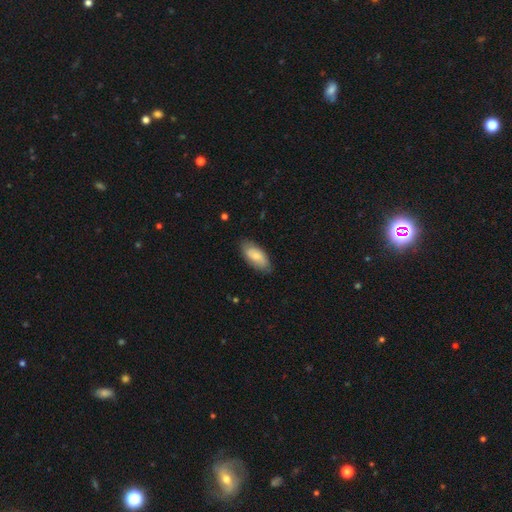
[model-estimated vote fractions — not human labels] smooth_or_featured: smooth (p=0.70) [alt: featured or disk p=0.24]
how_rounded: in between (p=0.89) [alt: cigar-shaped p=0.08]
merging: none (p=0.81) [alt: minor disturbance p=0.15]